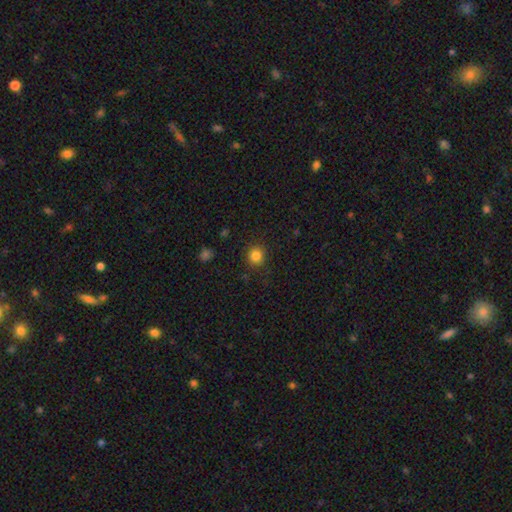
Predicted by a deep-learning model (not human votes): Morphology: type=smooth (83%); roundness=round (89%); merging=none (88%).